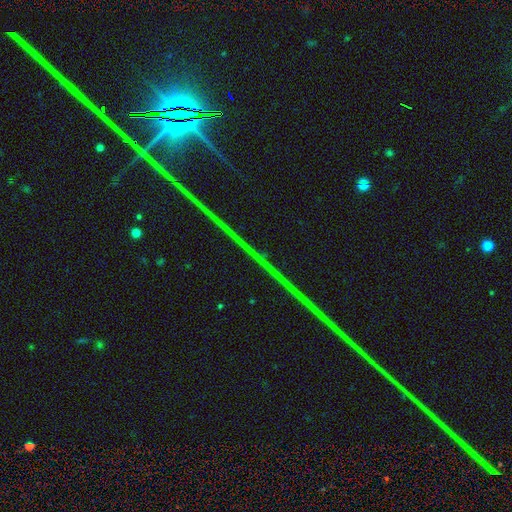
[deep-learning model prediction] smooth-or-featured: star or artifact: 89% | featured or disk: 6% | smooth: 5%